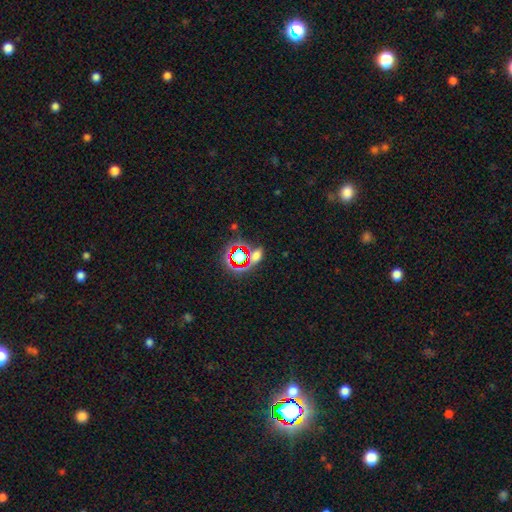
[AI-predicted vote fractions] Smooth or featured: star or artifact — 45% (smooth — 40%)